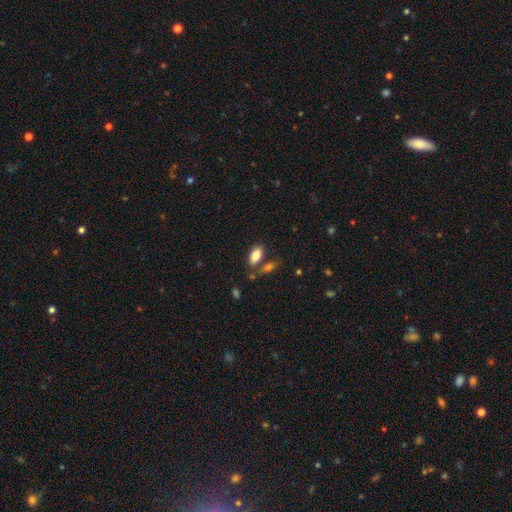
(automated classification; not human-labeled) This appears to be a smooth galaxy with no disk features (83%) that is in between round and cigar-shaped (91%). Merging: none (69%).